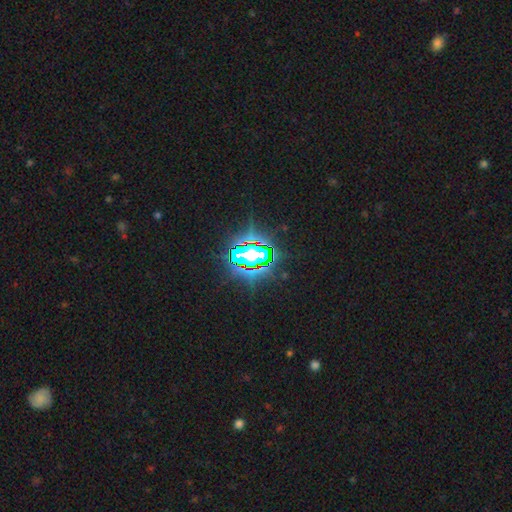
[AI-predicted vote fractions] This is clearly a star or artifact rather than a galaxy (80%).